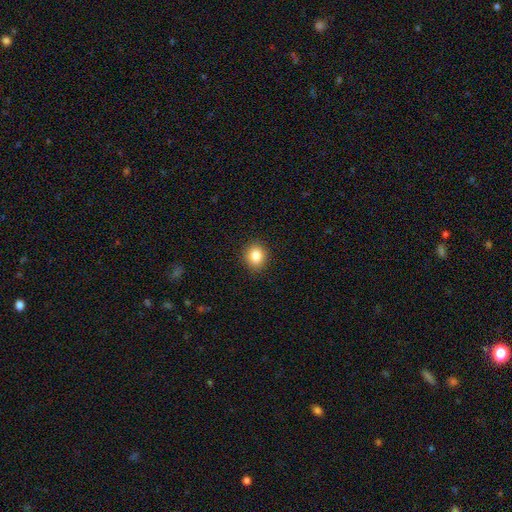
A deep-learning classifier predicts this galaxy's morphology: Smooth or featured? smooth (86%)
How rounded? round (65%)
Merging? none (89%)